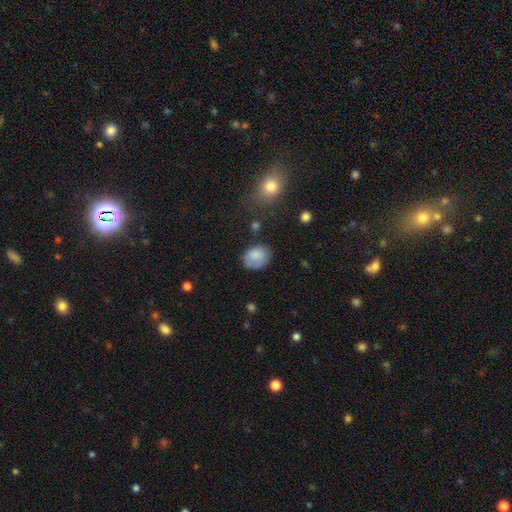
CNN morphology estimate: Smooth or featured? smooth (81%)
How rounded? in between (60%)
Merging? none (65%)